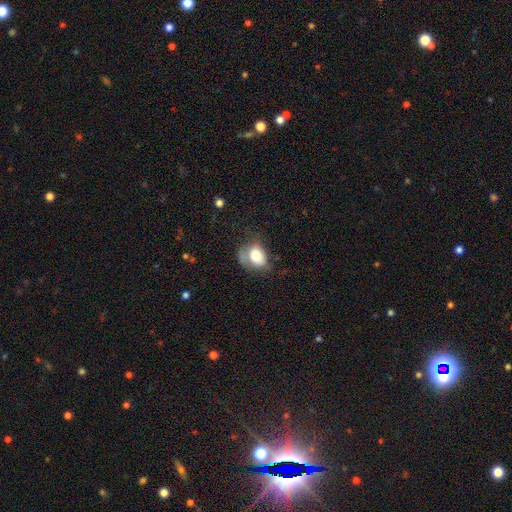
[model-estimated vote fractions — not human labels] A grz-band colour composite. It shows a smooth galaxy with no disk features (71%) that is in between round and cigar-shaped (67%). Merging: none (38%).